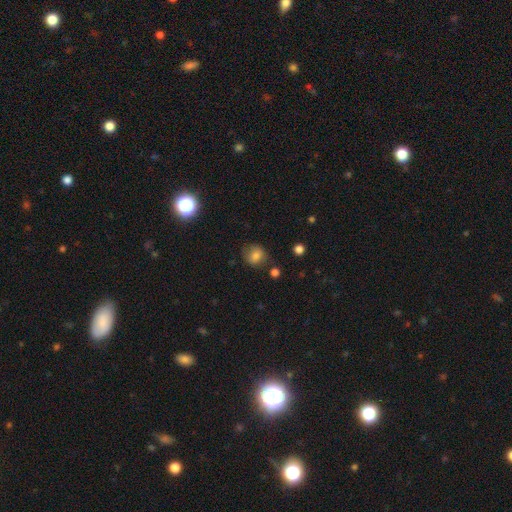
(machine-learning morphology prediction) The model was most divided on "how rounded": round: 75%, in between: 24%, cigar-shaped: 1%. More confident: smooth or featured — smooth (76%); merging — none (75%).